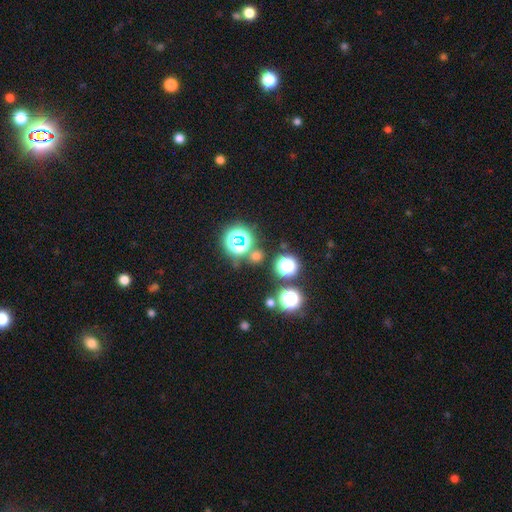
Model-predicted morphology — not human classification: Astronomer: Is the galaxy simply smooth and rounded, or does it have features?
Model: smooth — 49% (runner-up: star or artifact, 44%).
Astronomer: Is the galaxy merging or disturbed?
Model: none — 75%.